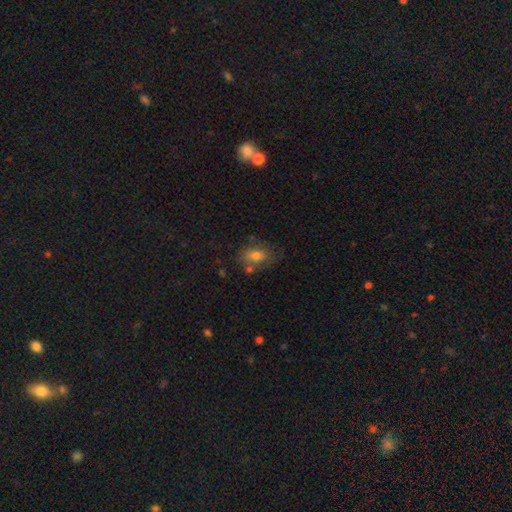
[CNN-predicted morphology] Smooth or featured: smooth — 72% (featured or disk — 19%)
How rounded: in between — 82% (round — 15%)
Merging: none — 59% (minor disturbance — 22%)